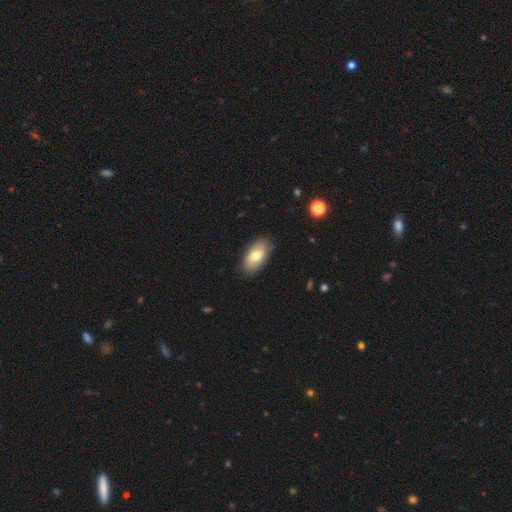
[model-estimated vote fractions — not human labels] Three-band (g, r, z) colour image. It shows a smooth galaxy with no disk features (72%) that is in between round and cigar-shaped (94%). Merging: none (86%).